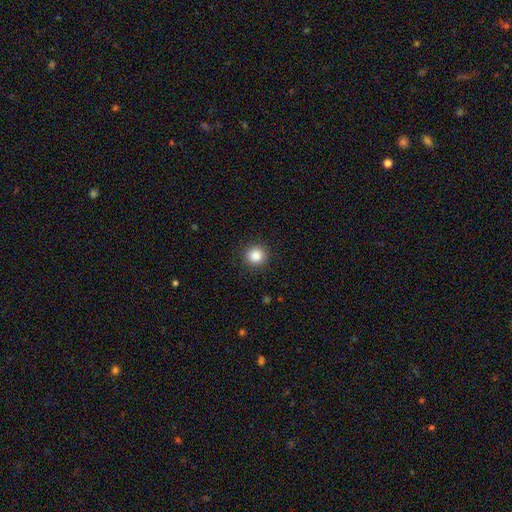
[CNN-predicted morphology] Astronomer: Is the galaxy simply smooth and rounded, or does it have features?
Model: smooth — 86%.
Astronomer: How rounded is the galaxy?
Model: round — 92%.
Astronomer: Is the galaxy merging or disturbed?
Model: none — 91%.